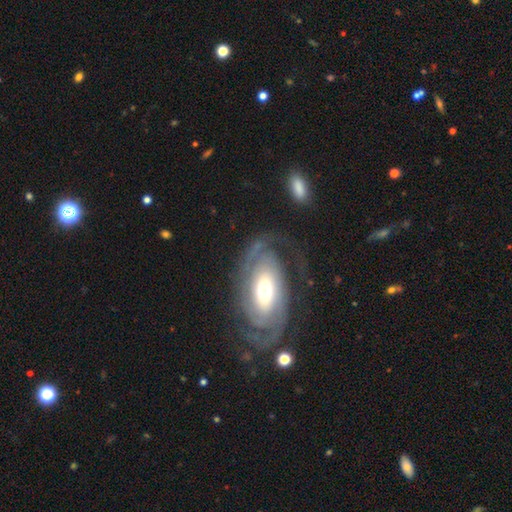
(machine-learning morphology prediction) A featured or disk galaxy (86%) with no bar (51%), 2 (61%) tight (63%) spiral arms (93%) and a moderate central bulge (59%).

Vote fractions:
- Smooth or featured? featured or disk: 86% / smooth: 9% / star or artifact: 5%
- Edge-on disk? no: 95% / yes: 5%
- Bar? no: 51% / weak: 30% / strong: 19%
- Spiral arms? yes: 93% / no: 7%
- Spiral winding? tight: 63% / medium: 29% / loose: 8%
- Spiral arm count? 2: 61% / can't tell: 18% / 3: 9% / 1: 4% / 4: 4% / more than 4: 4%
- Bulge size? moderate: 59% / large: 23% / small: 14% / dominant: 2% / none: 1%
- Merging? none: 75% / minor disturbance: 14% / major disturbance: 9% / merger: 2%